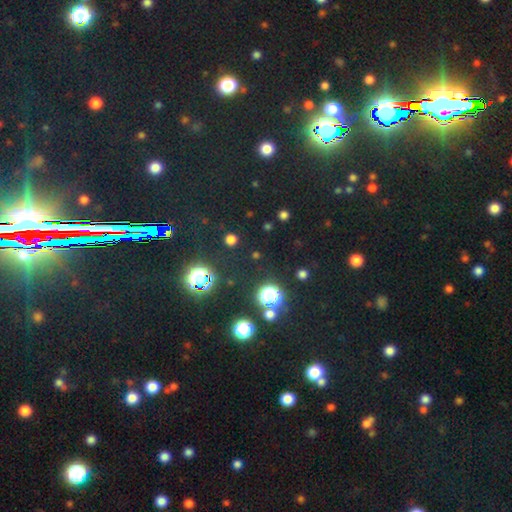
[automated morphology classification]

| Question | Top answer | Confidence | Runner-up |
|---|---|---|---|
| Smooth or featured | star or artifact | 63% | smooth (29%) |